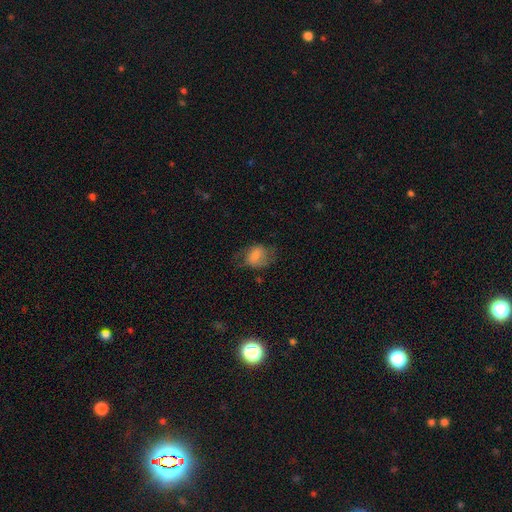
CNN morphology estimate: Smooth or featured: smooth — 67% (featured or disk — 24%)
How rounded: in between — 64% (round — 34%)
Merging: none — 50% (minor disturbance — 27%)